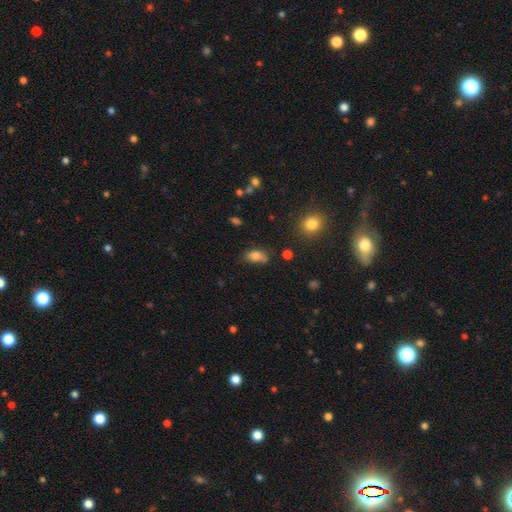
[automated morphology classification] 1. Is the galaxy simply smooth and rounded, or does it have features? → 80% smooth, 11% star or artifact, 9% featured or disk.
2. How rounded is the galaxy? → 86% in between, 9% round, 5% cigar-shaped.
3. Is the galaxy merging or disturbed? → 47% none, 35% minor disturbance, 13% major disturbance, 5% merger.